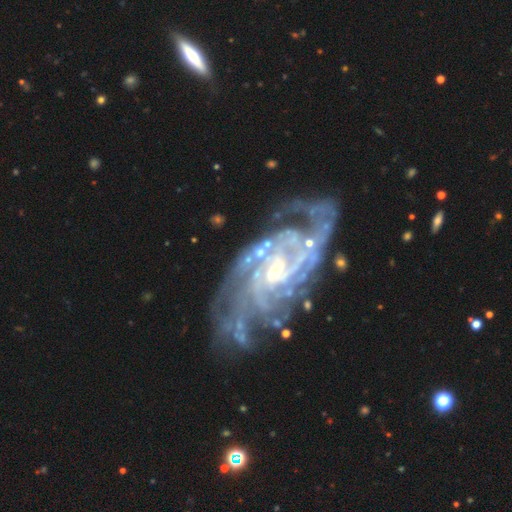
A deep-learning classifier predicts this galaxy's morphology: This is clearly a featured or disk galaxy (91%). It is clearly not viewed edge-on (97%). Bar: possibly no (45%). Spiral arm pattern: clearly yes (97%). Spiral arm count: marginally can't tell (23%). Spiral winding: possibly tight (59%). Central bulge: likely small (72%). Merging: possibly none (58%).